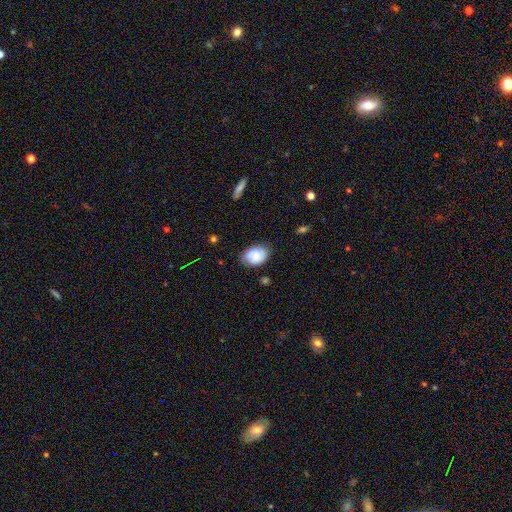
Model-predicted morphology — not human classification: type=smooth (58%); roundness=in between (78%); merging=none (73%).